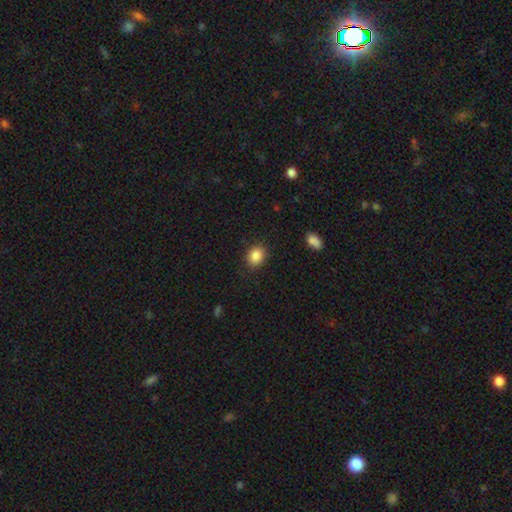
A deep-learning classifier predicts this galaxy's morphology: Smooth or featured?
  - smooth: 86% *
  - star or artifact: 9%
  - featured or disk: 4%
How rounded?
  - round: 59% *
  - in between: 40%
  - cigar-shaped: 1%
Merging?
  - none: 87% *
  - minor disturbance: 9%
  - major disturbance: 3%
  - merger: 1%